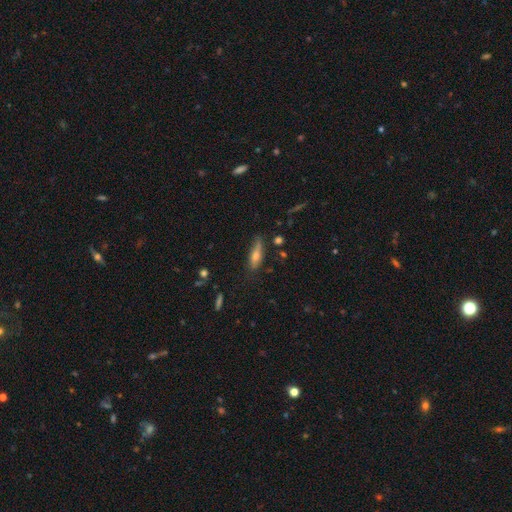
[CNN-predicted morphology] type=smooth (56%); roundness=cigar-shaped (58%); merging=none (64%).